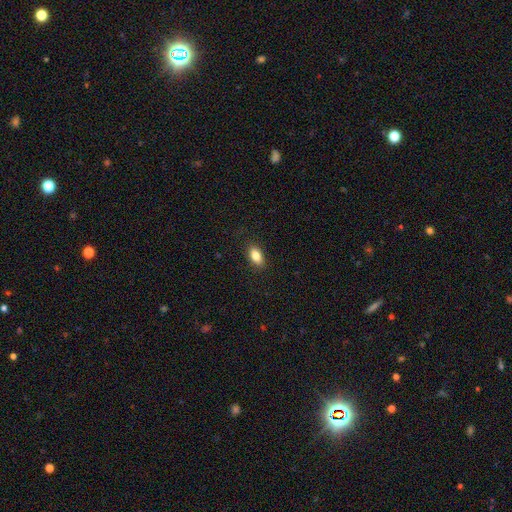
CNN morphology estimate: This appears to be a smooth galaxy with no disk features (84%) that is in between round and cigar-shaped (90%). Merging: none (88%).